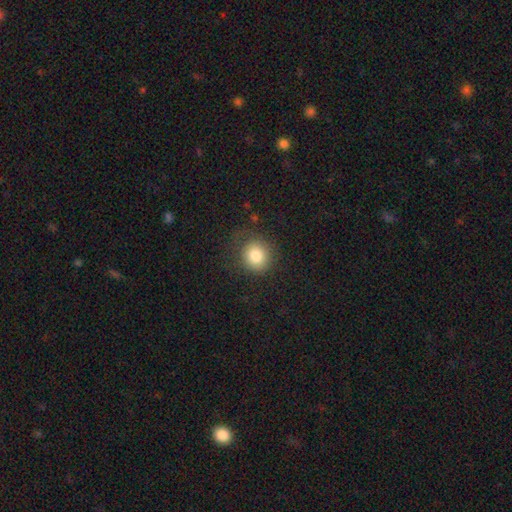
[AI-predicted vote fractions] Q: Smooth or featured?
A: smooth (82%); runner-up: star or artifact (10%)
Q: How rounded?
A: round (82%); runner-up: in between (17%)
Q: Merging?
A: none (75%); runner-up: minor disturbance (15%)